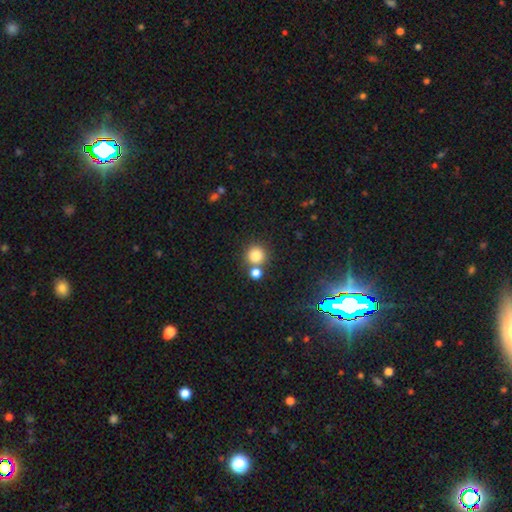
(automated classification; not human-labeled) The model was most divided on "merging": none: 66%, merger: 23%, minor disturbance: 7%, major disturbance: 3%. More confident: how rounded — round (93%); smooth or featured — smooth (81%).